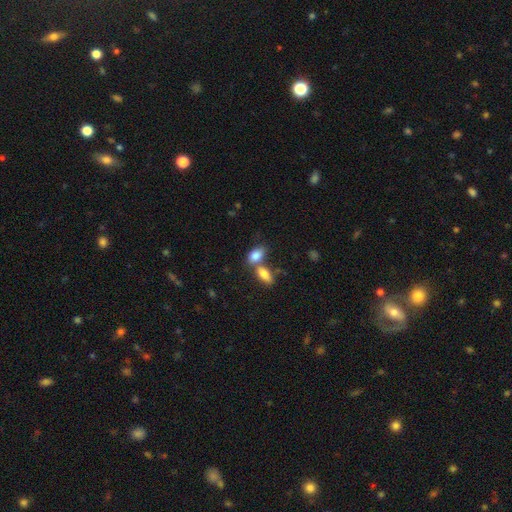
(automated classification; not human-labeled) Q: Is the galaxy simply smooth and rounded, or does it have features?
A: smooth — 84%.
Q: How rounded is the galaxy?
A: in between — 90%.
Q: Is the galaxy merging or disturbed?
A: merger — 49%.